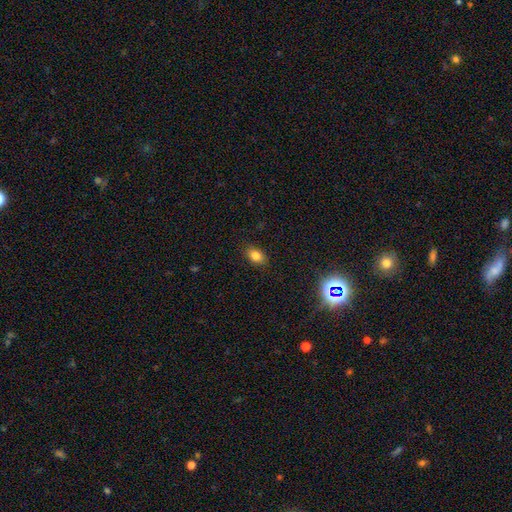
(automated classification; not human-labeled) Smooth or featured?
  - smooth: 81% *
  - star or artifact: 11%
  - featured or disk: 8%
How rounded?
  - in between: 82% *
  - round: 17%
  - cigar-shaped: 2%
Merging?
  - none: 87% *
  - minor disturbance: 9%
  - major disturbance: 2%
  - merger: 1%